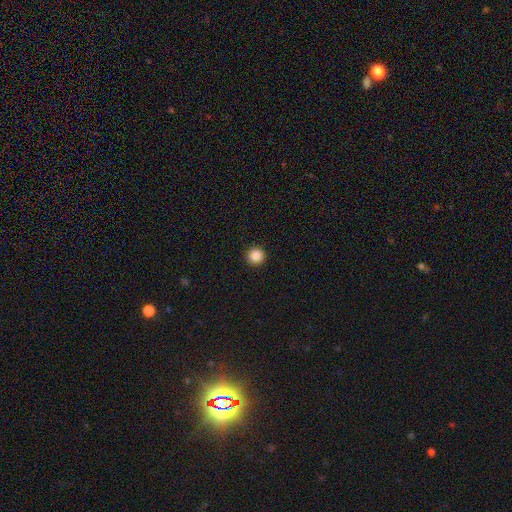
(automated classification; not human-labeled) smooth_or_featured: smooth (p=0.87) [alt: star or artifact p=0.10]
how_rounded: round (p=0.96) [alt: in between p=0.03]
merging: none (p=0.93) [alt: minor disturbance p=0.04]